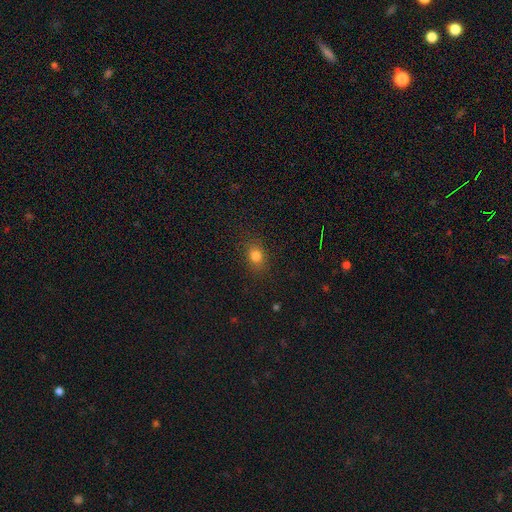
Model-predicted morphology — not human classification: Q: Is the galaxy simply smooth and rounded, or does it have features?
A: smooth — 80%.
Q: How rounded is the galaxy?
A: in between — 53%.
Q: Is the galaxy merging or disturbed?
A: none — 85%.